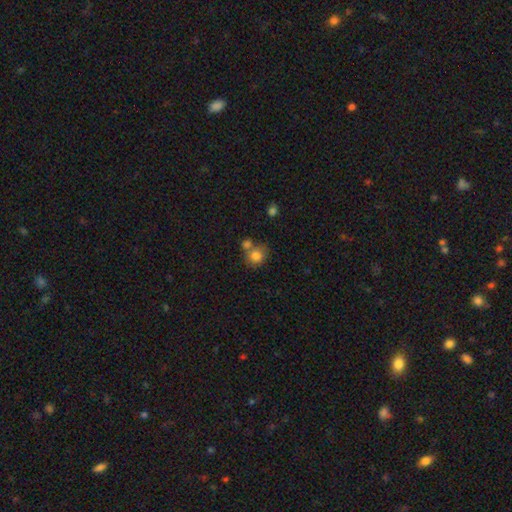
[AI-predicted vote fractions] Smooth or featured? smooth (80%)
How rounded? round (79%)
Merging? none (51%)